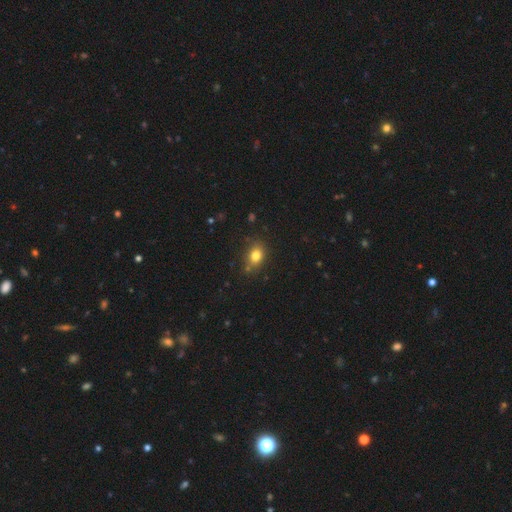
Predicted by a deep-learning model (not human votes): This appears to be a smooth galaxy with no disk features (80%) that is in between round and cigar-shaped (62%). Merging: none (78%).